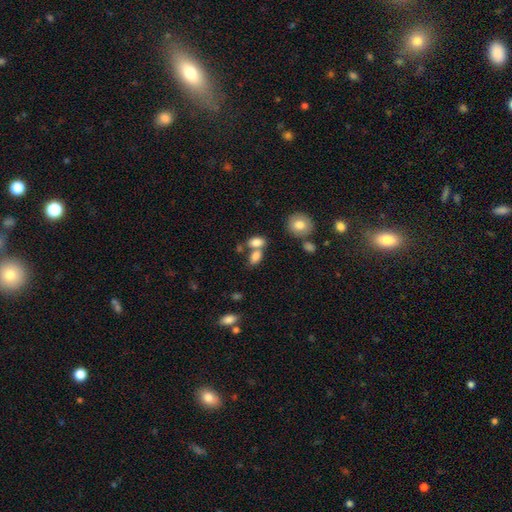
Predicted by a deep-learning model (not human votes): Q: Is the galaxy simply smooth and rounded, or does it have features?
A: smooth — 81%.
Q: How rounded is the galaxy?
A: in between — 86%.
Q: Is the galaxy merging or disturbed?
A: merger — 43%.